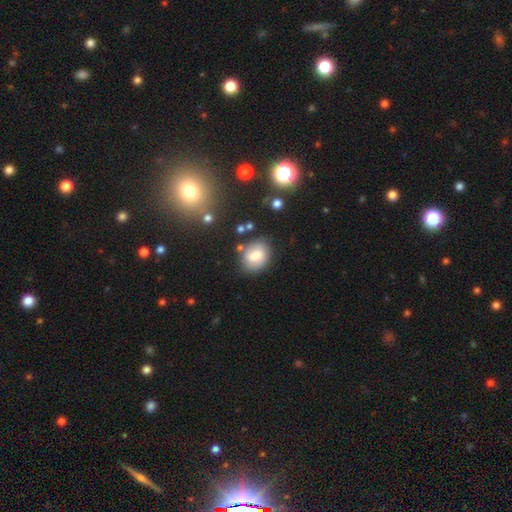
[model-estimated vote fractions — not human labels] Overall: smooth (73%). How rounded: in between (56%; round 43%). Merging: none (73%).